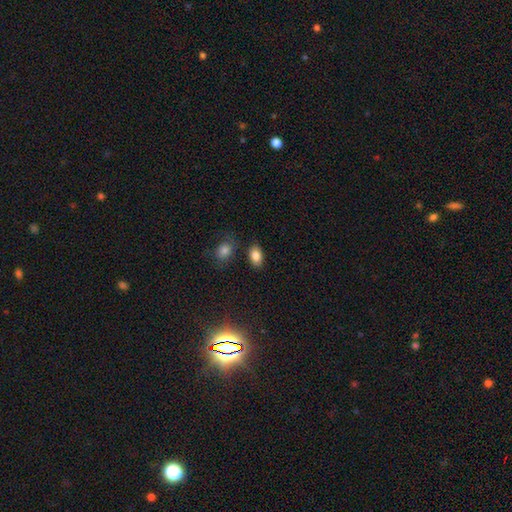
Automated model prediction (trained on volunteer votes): smooth-or-featured: smooth: 83% | star or artifact: 10% | featured or disk: 7%
  how-rounded: in between: 86% | round: 12% | cigar-shaped: 2%
  merging: none: 81% | minor disturbance: 11% | merger: 5% | major disturbance: 3%